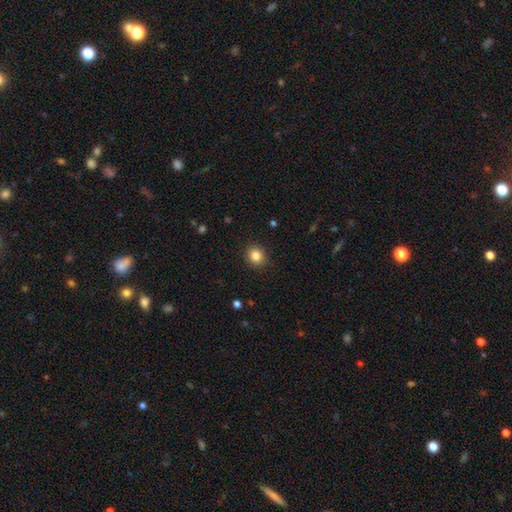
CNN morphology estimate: smooth_or_featured: smooth (p=0.84) [alt: star or artifact p=0.11]
how_rounded: round (p=0.81) [alt: in between p=0.19]
merging: none (p=0.90) [alt: minor disturbance p=0.07]